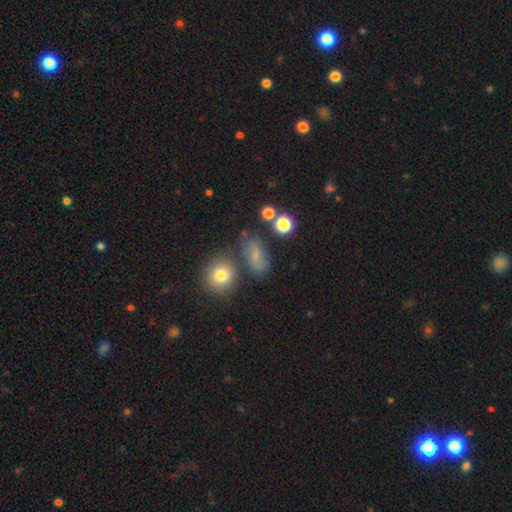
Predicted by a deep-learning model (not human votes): Morphology: type=smooth (63%); roundness=in between (72%); merging=none (63%).